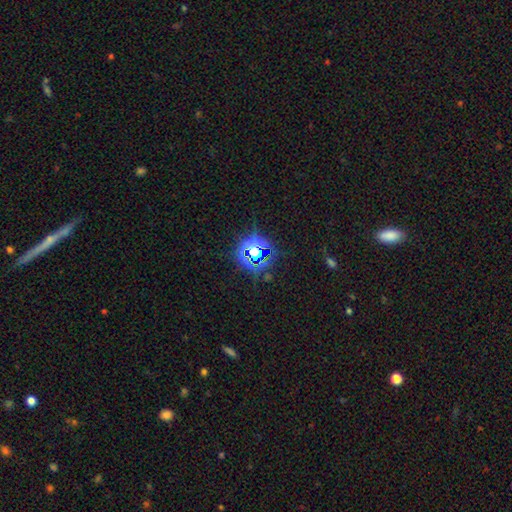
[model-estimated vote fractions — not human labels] Smooth or featured? star or artifact (74%)